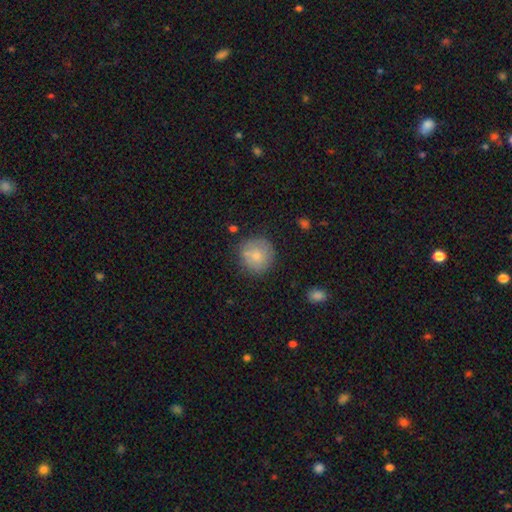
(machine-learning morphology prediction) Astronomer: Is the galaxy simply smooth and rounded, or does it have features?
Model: smooth — 76%.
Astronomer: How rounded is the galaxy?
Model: round — 93%.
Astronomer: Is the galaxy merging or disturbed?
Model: none — 73%.